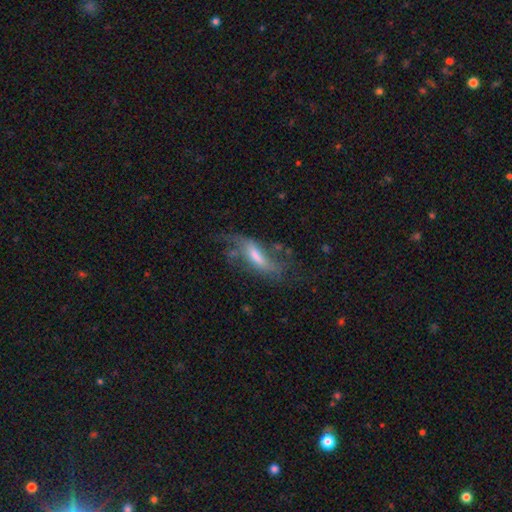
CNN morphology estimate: Smooth or featured? featured or disk (61%)
Edge-on disk? no (77%)
Merging? none (40%)